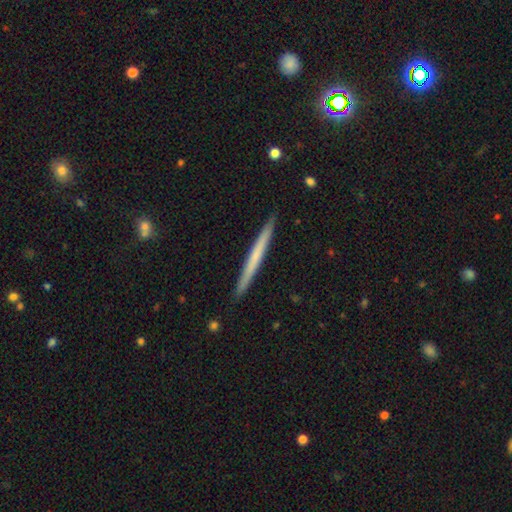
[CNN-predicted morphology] This appears to be a smooth galaxy with no disk features (52%) that is cigar-shaped (97%). Merging: none (92%).